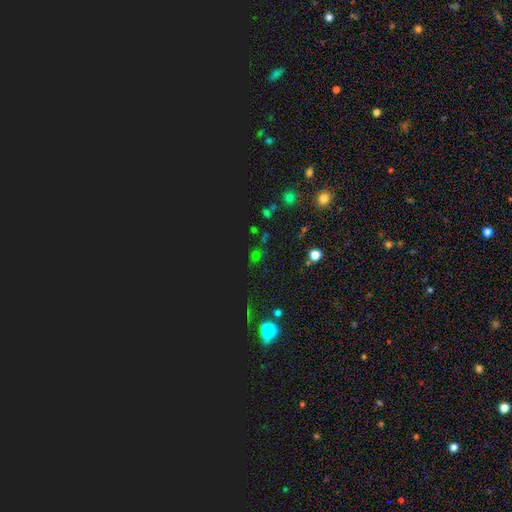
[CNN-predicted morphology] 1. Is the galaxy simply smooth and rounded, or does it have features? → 56% star or artifact, 37% smooth, 8% featured or disk.